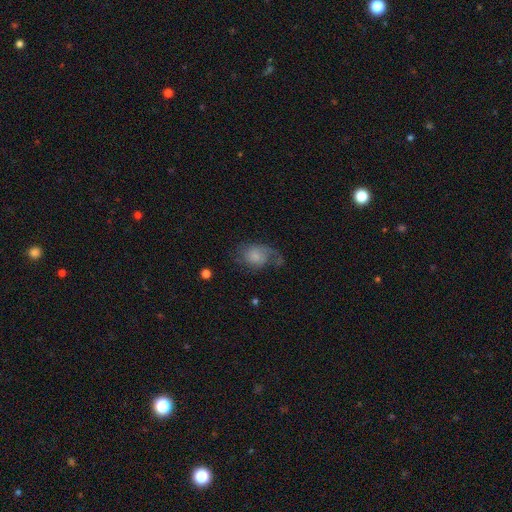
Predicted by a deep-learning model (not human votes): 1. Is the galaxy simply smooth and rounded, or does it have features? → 47% featured or disk, 44% smooth, 9% star or artifact.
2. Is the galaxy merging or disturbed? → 37% none, 36% major disturbance, 24% minor disturbance, 3% merger.